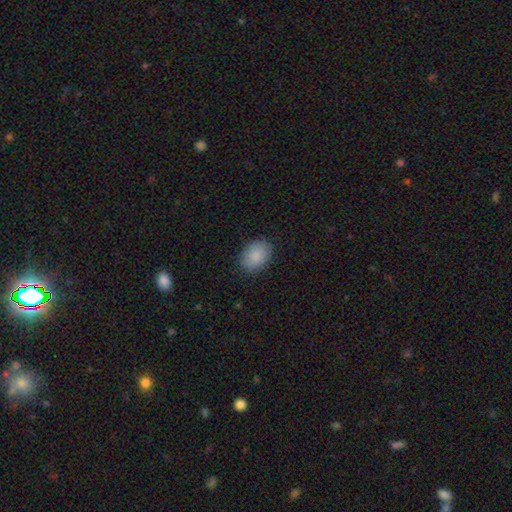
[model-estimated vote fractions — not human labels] The model was most divided on "how rounded": in between: 79%, round: 20%, cigar-shaped: 1%. More confident: smooth or featured — smooth (88%); merging — none (87%).